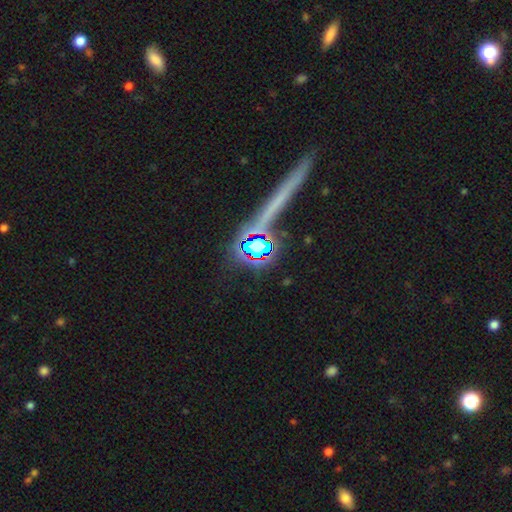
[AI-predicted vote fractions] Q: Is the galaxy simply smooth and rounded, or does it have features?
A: star or artifact — 48%.